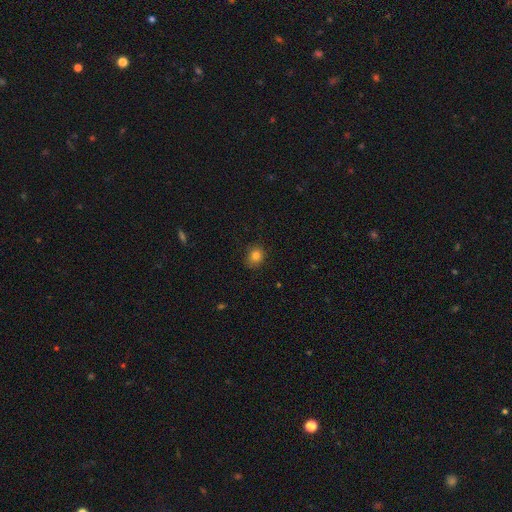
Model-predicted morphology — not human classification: smooth 82%, star or artifact 13%, featured or disk 6%. Down the decision tree: how rounded — round (69%); merging — none (82%).